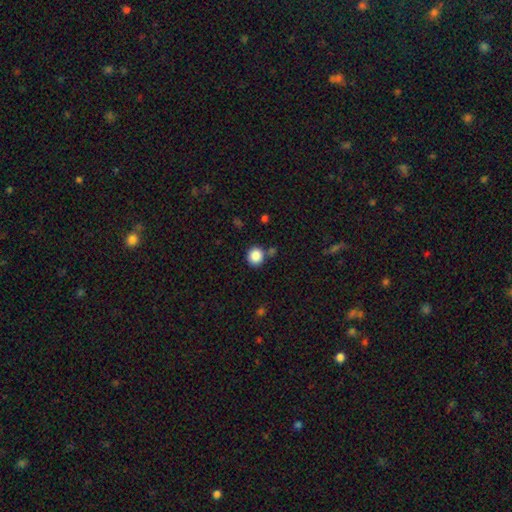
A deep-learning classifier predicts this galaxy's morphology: The model was most divided on "merging": none: 81%, minor disturbance: 9%, merger: 8%, major disturbance: 3%. More confident: how rounded — round (89%); smooth or featured — smooth (86%).